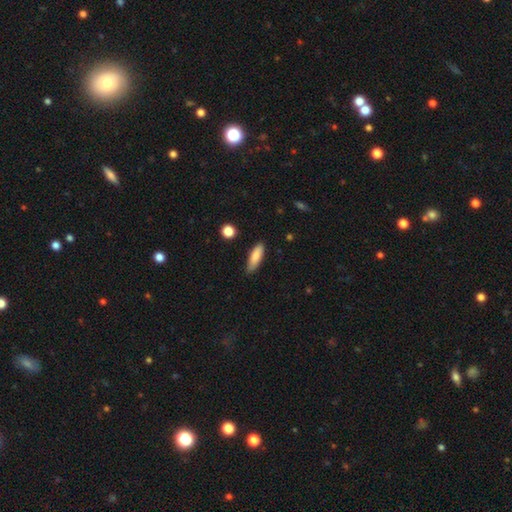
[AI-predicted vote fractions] Smooth or featured: smooth — 82% (featured or disk — 11%)
How rounded: in between — 53% (cigar-shaped — 45%)
Merging: none — 80% (minor disturbance — 16%)